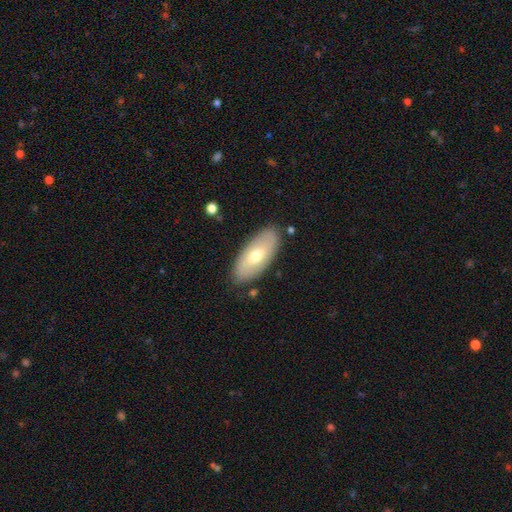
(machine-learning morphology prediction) This appears to be a smooth galaxy with no disk features (59%) that is in between round and cigar-shaped (89%). Merging: none (84%).